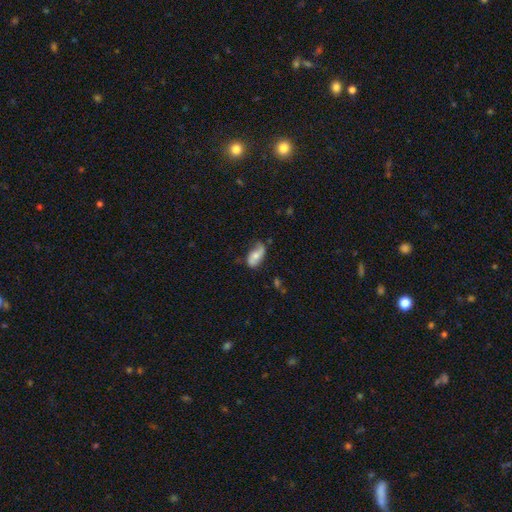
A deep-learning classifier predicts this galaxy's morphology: Smooth or featured? Predicted: smooth (p=0.51). How rounded? Predicted: in between (p=0.89). Merging? Predicted: none (p=0.52).